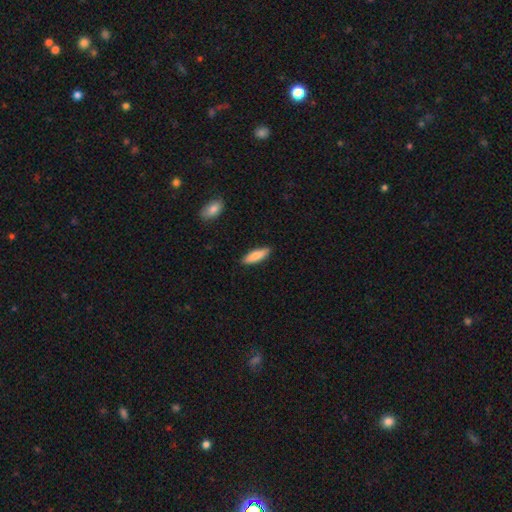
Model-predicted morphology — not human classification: smooth 83%, featured or disk 12%, star or artifact 6%. Down the decision tree: how rounded — cigar-shaped (50%); merging — none (88%).